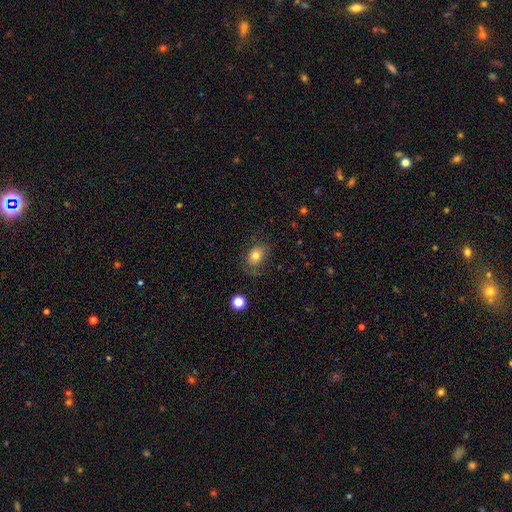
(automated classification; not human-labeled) Smooth or featured?
  - smooth: 74% *
  - featured or disk: 15%
  - star or artifact: 10%
How rounded?
  - in between: 60% *
  - round: 39%
  - cigar-shaped: 1%
Merging?
  - none: 65% *
  - minor disturbance: 23%
  - major disturbance: 11%
  - merger: 2%